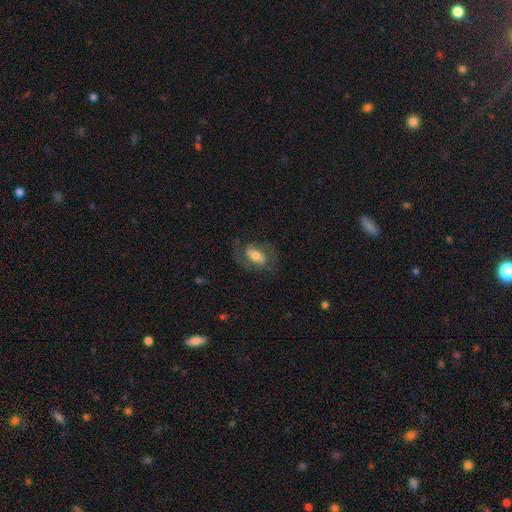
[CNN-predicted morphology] smooth_or_featured: featured or disk (p=0.48) [alt: smooth p=0.45]
merging: none (p=0.64) [alt: minor disturbance p=0.19]